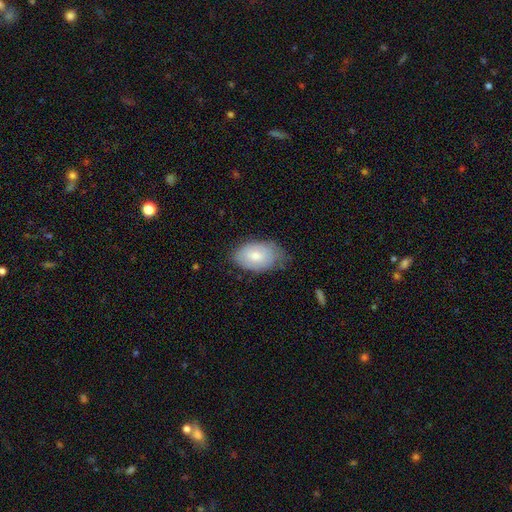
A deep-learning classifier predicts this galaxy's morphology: Overall: smooth (71%). How rounded: in between (92%). Merging: none (62%; minor disturbance 30%).